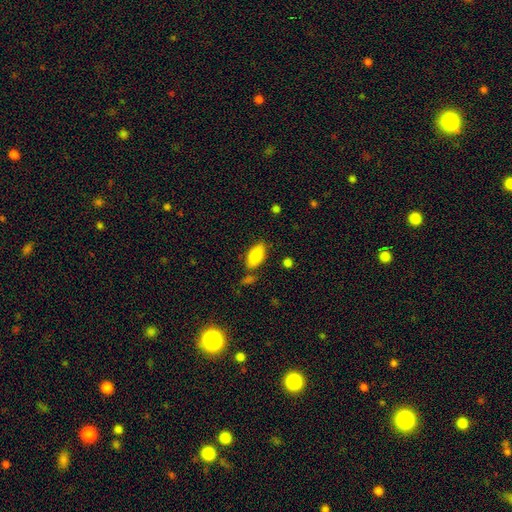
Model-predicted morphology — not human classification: smooth-or-featured: smooth: 82% | featured or disk: 11% | star or artifact: 7%
  how-rounded: in between: 91% | cigar-shaped: 6% | round: 3%
  merging: none: 75% | minor disturbance: 15% | merger: 6% | major disturbance: 4%